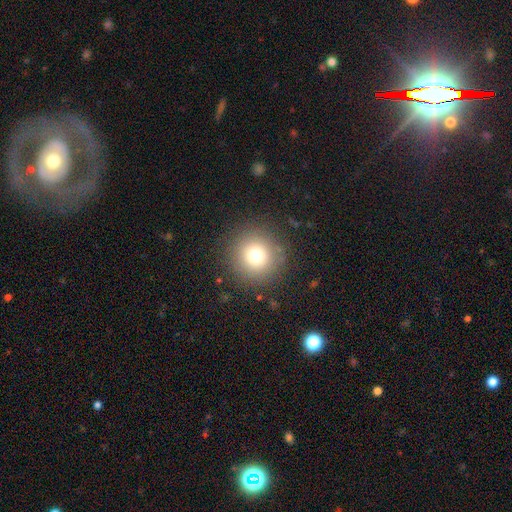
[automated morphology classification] Smooth or featured? Predicted: smooth (p=0.75). How rounded? Predicted: round (p=0.96). Merging? Predicted: none (p=0.88).